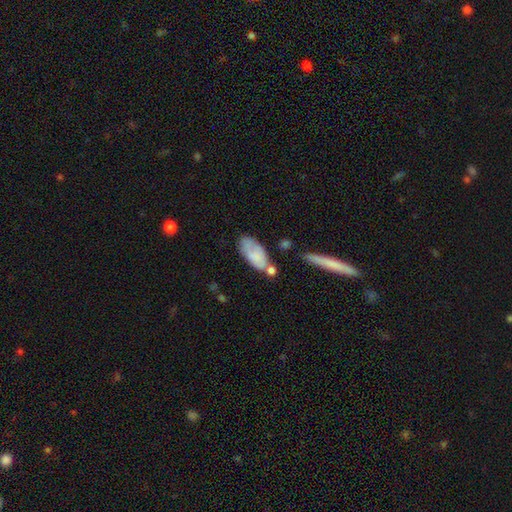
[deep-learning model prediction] A smooth galaxy with no disk features (72%) that is in between round and cigar-shaped (89%). Merging: none (45%).